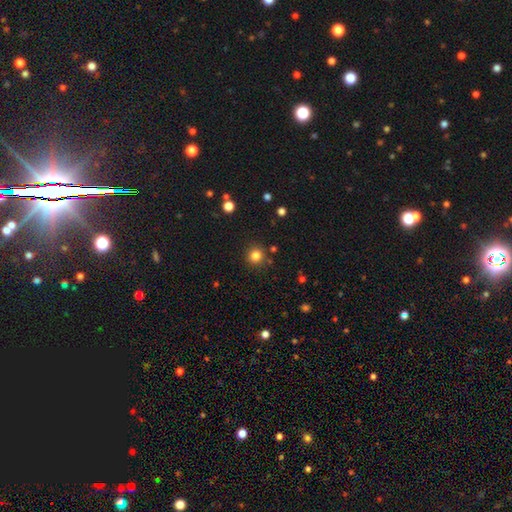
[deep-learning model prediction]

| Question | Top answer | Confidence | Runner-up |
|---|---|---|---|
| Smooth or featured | smooth | 82% | star or artifact (13%) |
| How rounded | round | 94% | in between (5%) |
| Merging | none | 87% | minor disturbance (7%) |